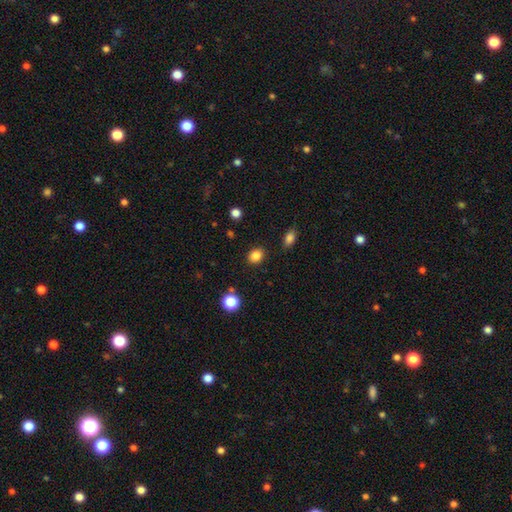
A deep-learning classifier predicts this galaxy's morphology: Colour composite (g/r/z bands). It shows a smooth galaxy with no disk features (85%) that is round (59%). Merging: none (87%).